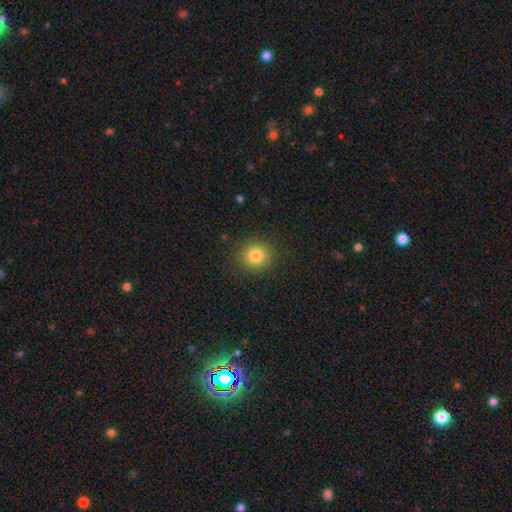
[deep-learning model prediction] Smooth or featured: smooth — 81% (star or artifact — 12%)
How rounded: round — 91% (in between — 8%)
Merging: none — 89% (minor disturbance — 7%)